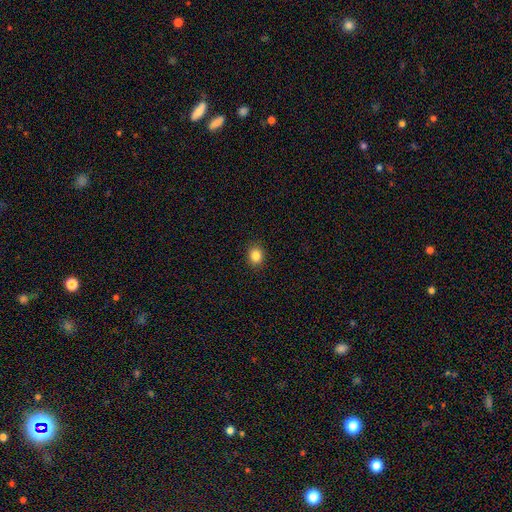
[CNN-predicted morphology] smooth_or_featured: smooth (p=0.85) [alt: star or artifact p=0.11]
how_rounded: round (p=0.64) [alt: in between p=0.35]
merging: none (p=0.91) [alt: minor disturbance p=0.07]